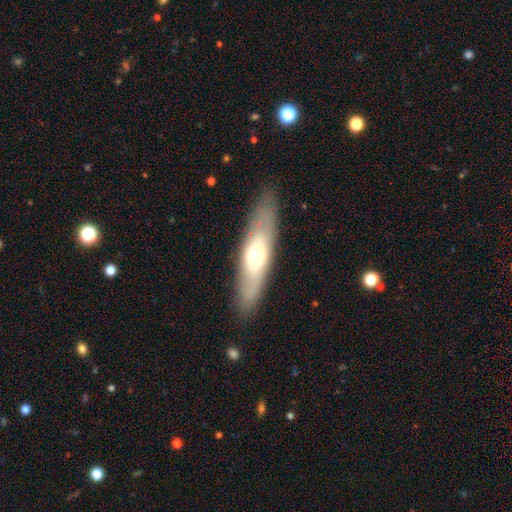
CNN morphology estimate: Smooth or featured?
  - featured or disk: 49% *
  - smooth: 44%
  - star or artifact: 6%
Merging?
  - none: 85% *
  - minor disturbance: 10%
  - major disturbance: 3%
  - merger: 1%